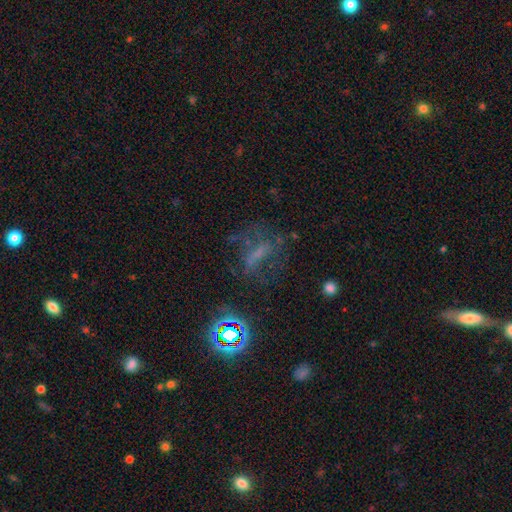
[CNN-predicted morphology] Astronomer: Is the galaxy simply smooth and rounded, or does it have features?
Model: featured or disk — 39% (runner-up: star or artifact, 33%).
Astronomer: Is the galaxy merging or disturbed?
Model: none — 52%.